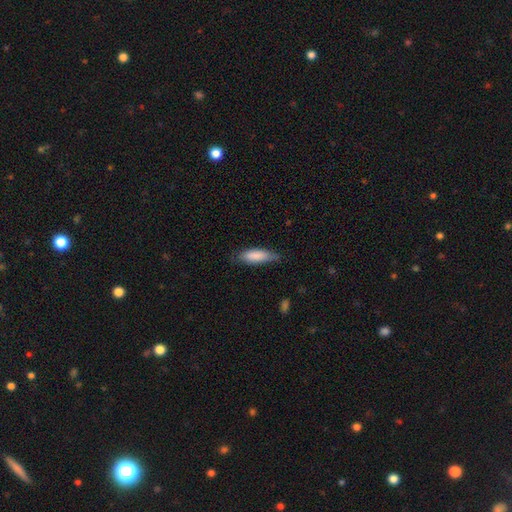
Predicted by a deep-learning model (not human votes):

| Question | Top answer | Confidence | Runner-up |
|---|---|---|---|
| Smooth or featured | smooth | 83% | featured or disk (11%) |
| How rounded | in between | 51% | cigar-shaped (47%) |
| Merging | none | 65% | minor disturbance (28%) |